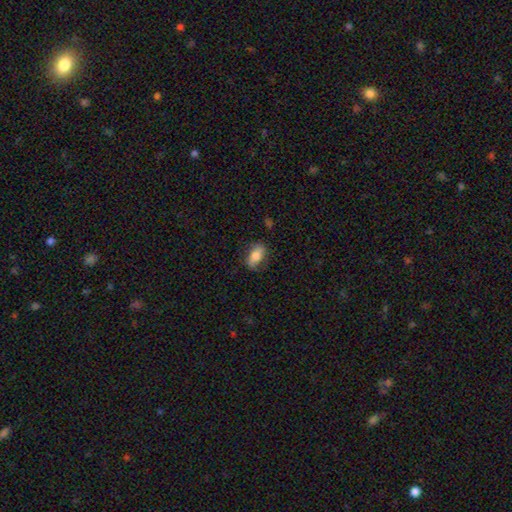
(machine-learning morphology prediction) Smooth or featured? Predicted: smooth (p=0.74). How rounded? Predicted: in between (p=0.86). Merging? Predicted: none (p=0.75).